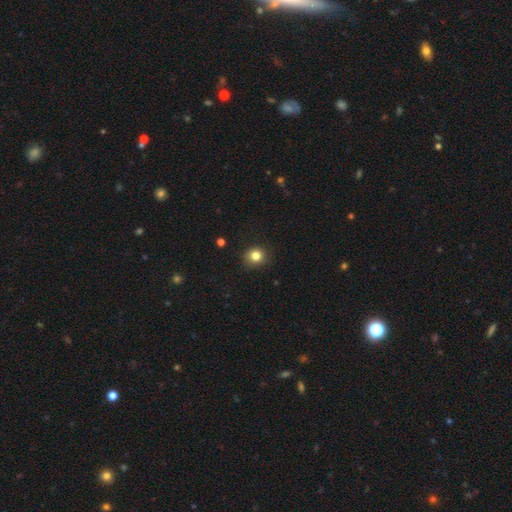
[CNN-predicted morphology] A smooth galaxy with no disk features (81%) that is round (86%).

Vote fractions:
- Smooth or featured? smooth: 81% / star or artifact: 12% / featured or disk: 6%
- How rounded? round: 86% / in between: 13% / cigar-shaped: 1%
- Merging? none: 87% / minor disturbance: 9% / major disturbance: 2% / merger: 1%